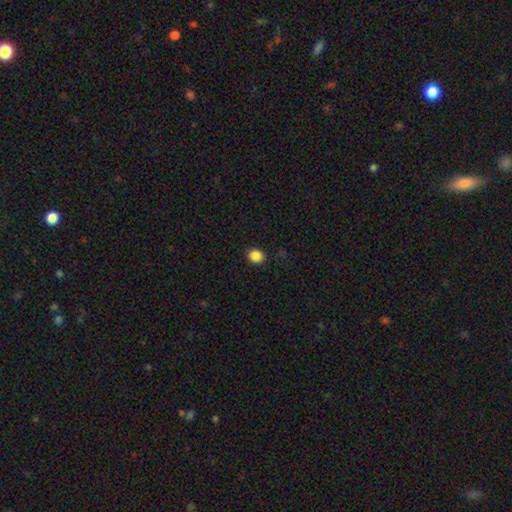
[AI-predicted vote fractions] This is clearly a smooth galaxy (87%). How rounded: likely round (67%). Merging: clearly none (90%).